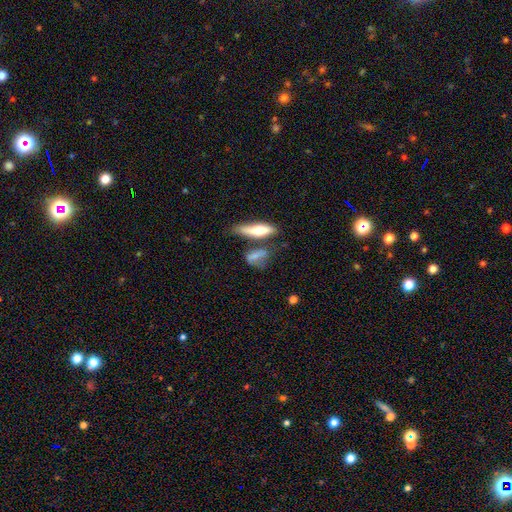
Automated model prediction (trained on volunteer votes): Smooth or featured?
  - smooth: 64% *
  - featured or disk: 27%
  - star or artifact: 9%
How rounded?
  - in between: 49% *
  - cigar-shaped: 42%
  - round: 9%
Merging?
  - none: 43% *
  - merger: 23%
  - minor disturbance: 21%
  - major disturbance: 12%